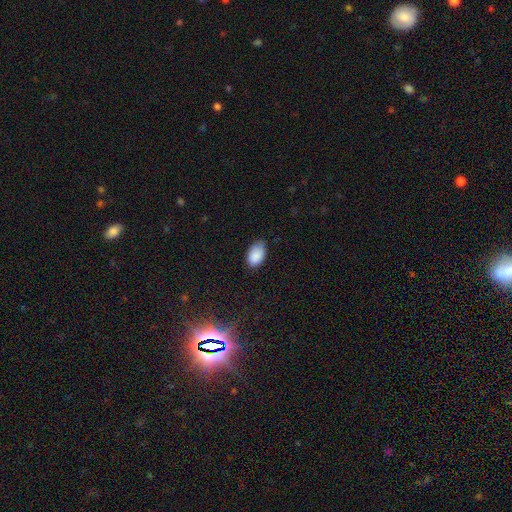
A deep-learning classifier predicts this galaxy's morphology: Smooth or featured? Predicted: smooth (p=0.88). How rounded? Predicted: in between (p=0.93). Merging? Predicted: none (p=0.67).